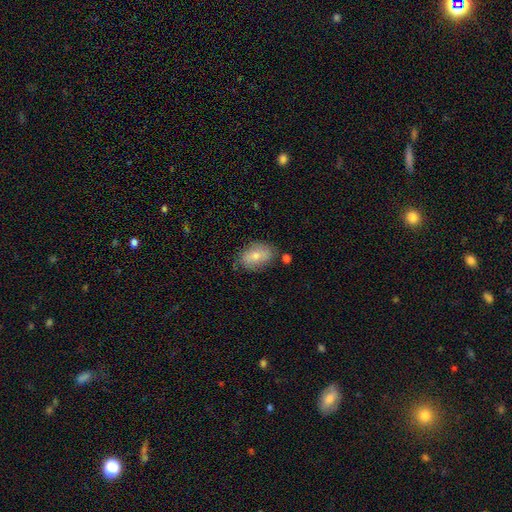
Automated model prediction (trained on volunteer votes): Smooth or featured?
  - smooth: 68% *
  - featured or disk: 24%
  - star or artifact: 7%
How rounded?
  - in between: 89% *
  - round: 9%
  - cigar-shaped: 3%
Merging?
  - none: 74% *
  - minor disturbance: 18%
  - merger: 4%
  - major disturbance: 4%